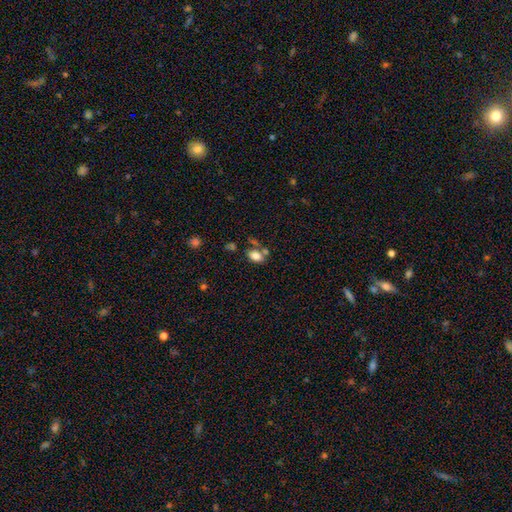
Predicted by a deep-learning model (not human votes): A smooth galaxy with no disk features (80%) that is in between round and cigar-shaped (85%). Merging: none (53%).